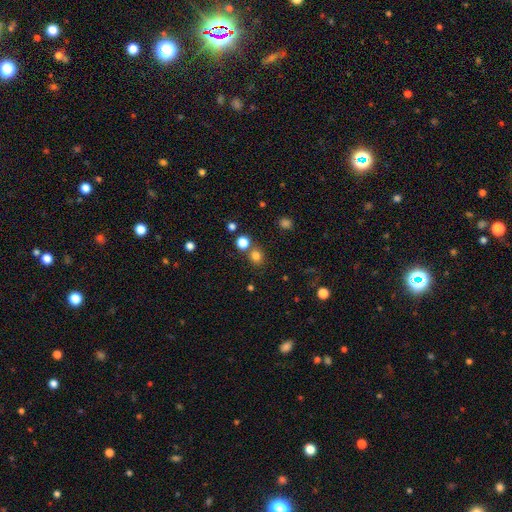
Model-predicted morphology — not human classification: smooth-or-featured: smooth: 77% | star or artifact: 17% | featured or disk: 6%
  how-rounded: round: 82% | in between: 17% | cigar-shaped: 1%
  merging: none: 71% | merger: 18% | minor disturbance: 8% | major disturbance: 3%